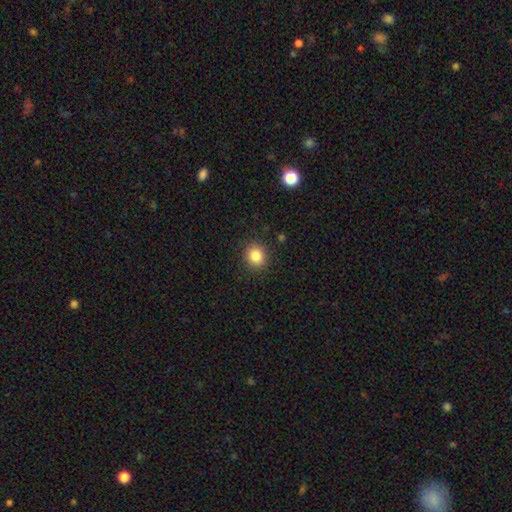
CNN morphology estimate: Smooth or featured? Predicted: smooth (p=0.84). How rounded? Predicted: round (p=0.80). Merging? Predicted: none (p=0.90).